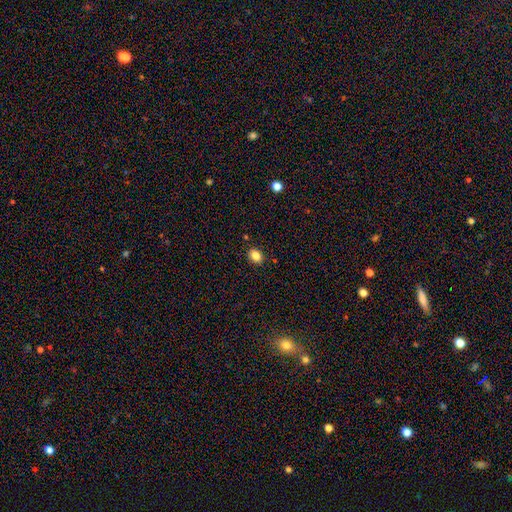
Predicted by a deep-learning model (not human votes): A smooth galaxy with no disk features (84%) that is in between round and cigar-shaped (64%). Merging: none (89%).